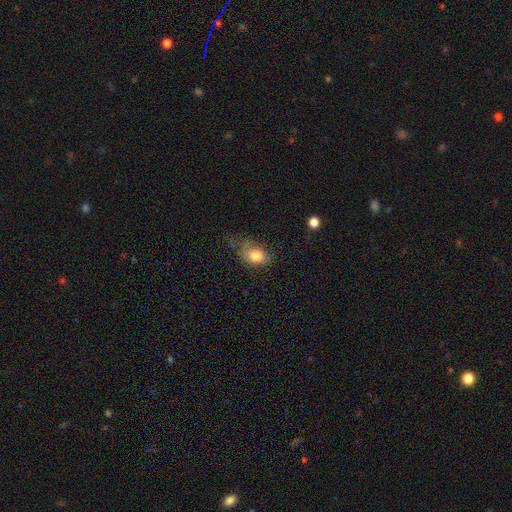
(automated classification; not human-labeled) A smooth galaxy with no disk features (79%) that is in between round and cigar-shaped (77%).

Vote fractions:
- Smooth or featured? smooth: 79% / featured or disk: 12% / star or artifact: 9%
- How rounded? in between: 77% / round: 21% / cigar-shaped: 2%
- Merging? none: 38% / minor disturbance: 34% / major disturbance: 26% / merger: 3%